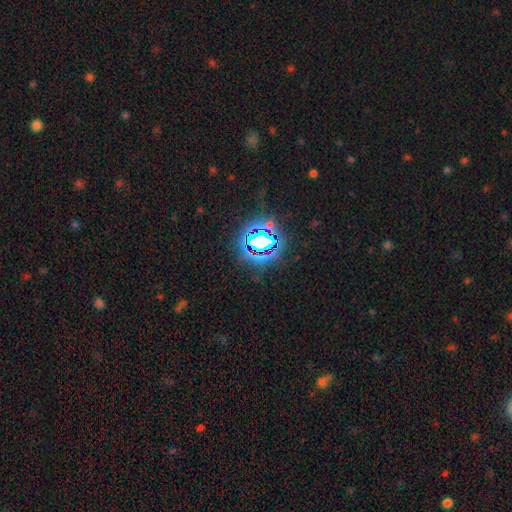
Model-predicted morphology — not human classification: star or artifact 82%, smooth 12%, featured or disk 7%.